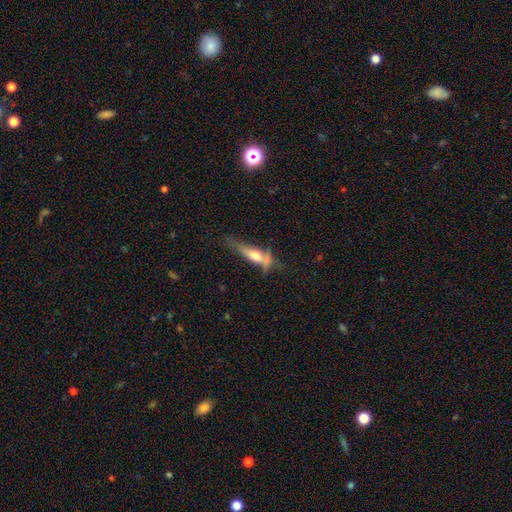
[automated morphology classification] Smooth or featured?
  - smooth: 46% * (tied)
  - featured or disk: 46% * (tied)
  - star or artifact: 8%
Merging?
  - none: 37% *
  - minor disturbance: 29%
  - major disturbance: 25%
  - merger: 9%